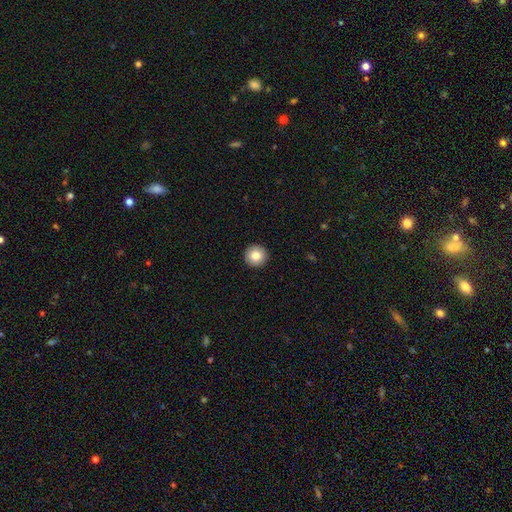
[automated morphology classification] type=smooth (83%); roundness=round (96%); merging=none (94%).